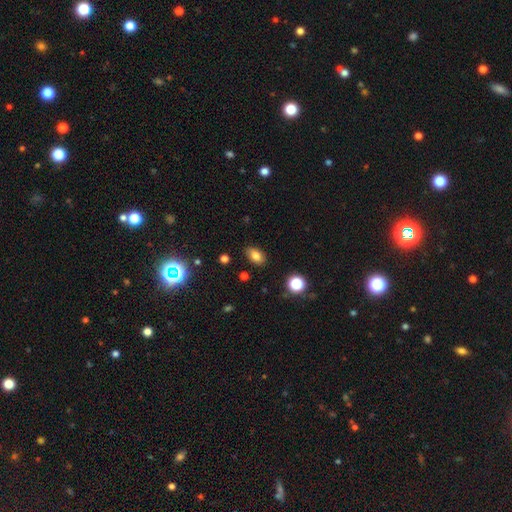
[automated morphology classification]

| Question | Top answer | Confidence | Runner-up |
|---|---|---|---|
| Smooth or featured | smooth | 81% | star or artifact (12%) |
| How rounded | in between | 86% | round (11%) |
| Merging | none | 86% | minor disturbance (9%) |